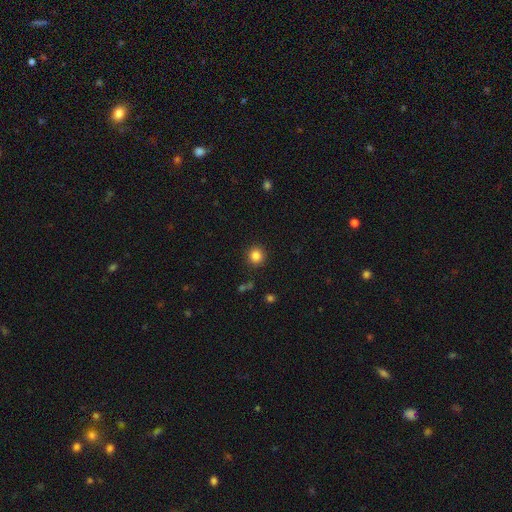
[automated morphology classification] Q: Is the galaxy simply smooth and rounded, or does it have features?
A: smooth — 85%.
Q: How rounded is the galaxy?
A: round — 93%.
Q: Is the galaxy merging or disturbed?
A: none — 90%.